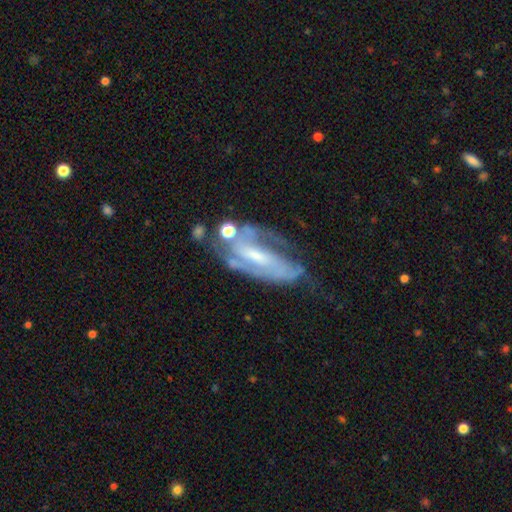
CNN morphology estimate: A featured or disk galaxy (81%) with a weak bar (40%), 2 (56%) medium (43%) spiral arms (86%) and a small central bulge (48%). Merging: none (48%).